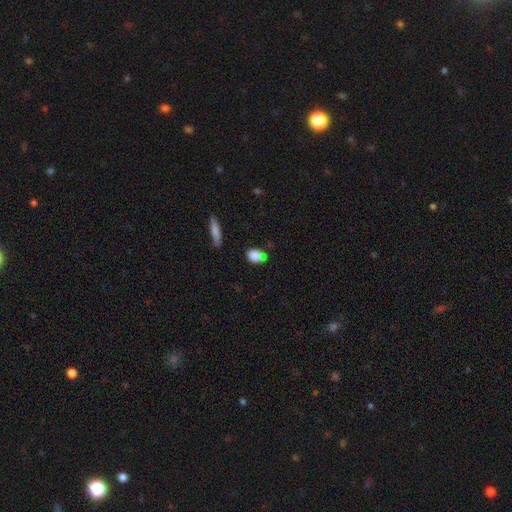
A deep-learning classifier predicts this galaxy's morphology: A smooth galaxy with no disk features (82%) that is in between round and cigar-shaped (77%).

Vote fractions:
- Smooth or featured? smooth: 82% / featured or disk: 9% / star or artifact: 8%
- How rounded? in between: 77% / round: 20% / cigar-shaped: 3%
- Merging? none: 56% / minor disturbance: 27% / merger: 11% / major disturbance: 6%